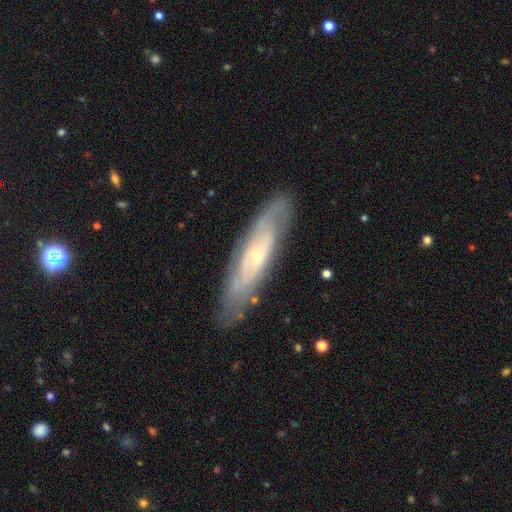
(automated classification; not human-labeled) Morphology: type=featured or disk (74%); edge-on=no (68%); bar=no (68%); spiral arms=yes (81%); bulge=small (75%); merging=none (79%).